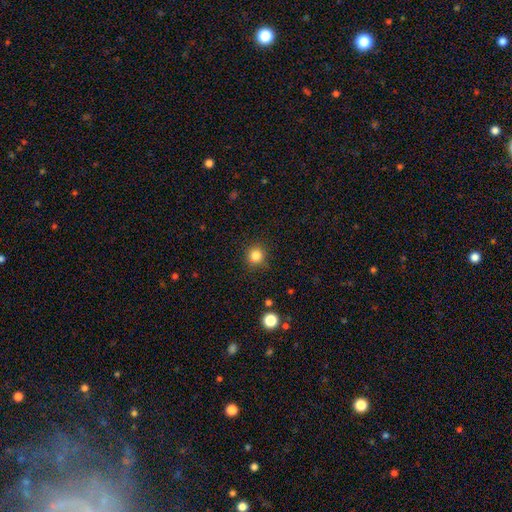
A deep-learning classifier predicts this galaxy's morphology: smooth 83%, star or artifact 12%, featured or disk 5%. Down the decision tree: how rounded — round (91%); merging — none (86%).